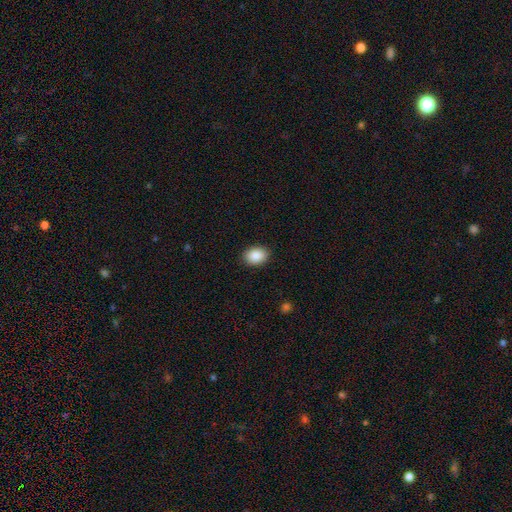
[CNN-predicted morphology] Smooth or featured?
  - smooth: 88% *
  - star or artifact: 7%
  - featured or disk: 4%
How rounded?
  - in between: 74% *
  - round: 25%
  - cigar-shaped: 1%
Merging?
  - none: 90% *
  - minor disturbance: 7%
  - major disturbance: 2%
  - merger: 1%